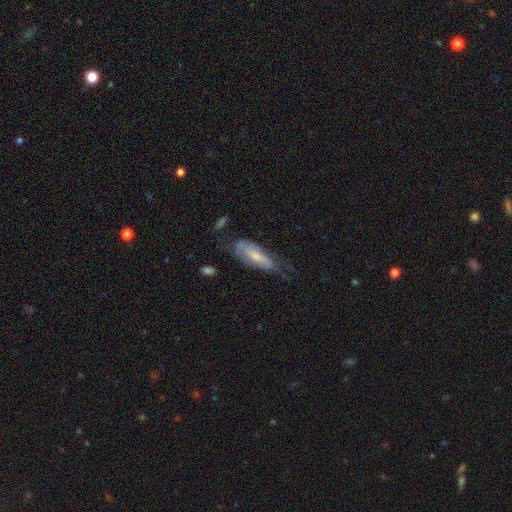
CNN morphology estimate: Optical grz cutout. It shows a smooth galaxy with no disk features (49%). Merging: none (39%).